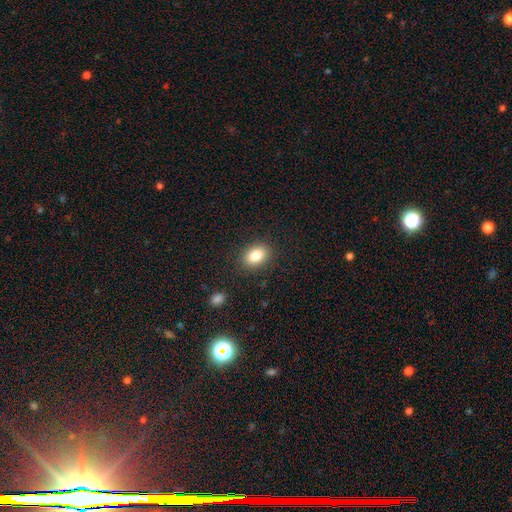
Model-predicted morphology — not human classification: This appears to be a smooth galaxy with no disk features (84%) that is in between round and cigar-shaped (78%). Merging: none (87%).